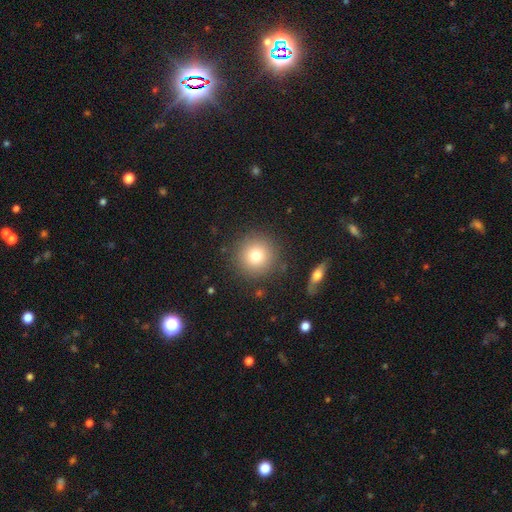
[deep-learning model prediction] Smooth or featured? Predicted: smooth (p=0.78). How rounded? Predicted: round (p=0.95). Merging? Predicted: none (p=0.88).